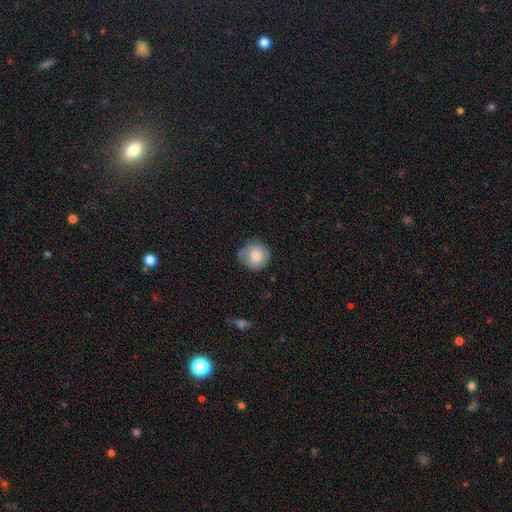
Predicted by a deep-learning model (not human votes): A smooth galaxy with no disk features (75%) that is round (87%).

Vote fractions:
- Smooth or featured? smooth: 75% / featured or disk: 17% / star or artifact: 8%
- How rounded? round: 87% / in between: 12% / cigar-shaped: 1%
- Merging? none: 66% / minor disturbance: 25% / major disturbance: 7% / merger: 2%